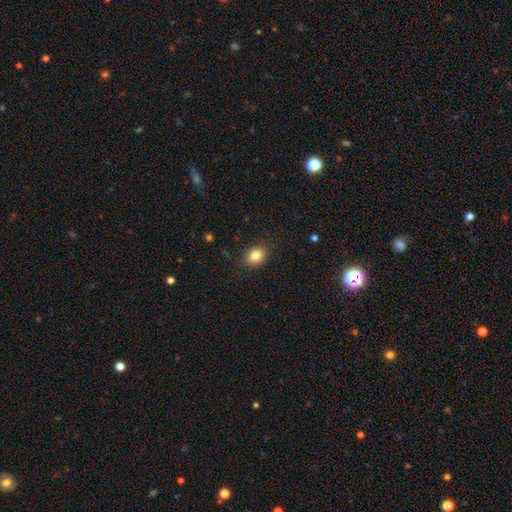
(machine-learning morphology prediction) This appears to be a smooth galaxy with no disk features (82%) that is in between round and cigar-shaped (58%). Merging: none (86%).